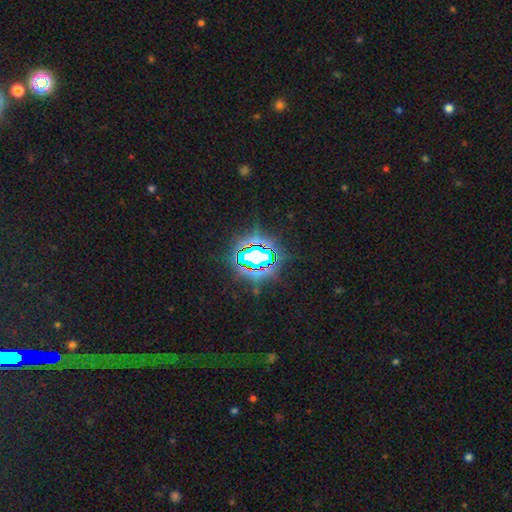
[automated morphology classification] Q: Smooth or featured?
A: star or artifact (76%); runner-up: smooth (13%)